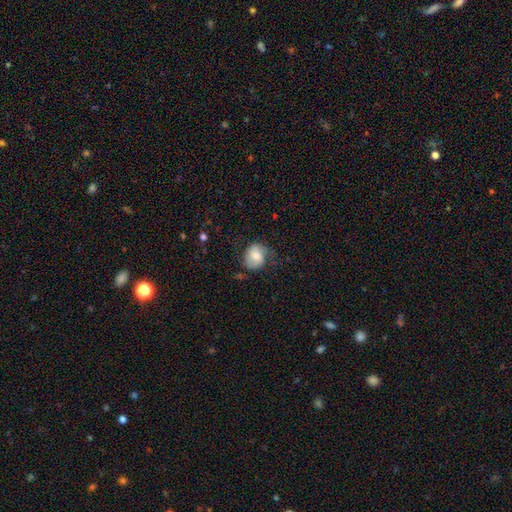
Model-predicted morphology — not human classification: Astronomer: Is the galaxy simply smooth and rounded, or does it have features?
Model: smooth — 68%.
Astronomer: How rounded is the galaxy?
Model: round — 57% (runner-up: in between, 42%).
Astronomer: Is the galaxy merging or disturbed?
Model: none — 53% (runner-up: minor disturbance, 30%).